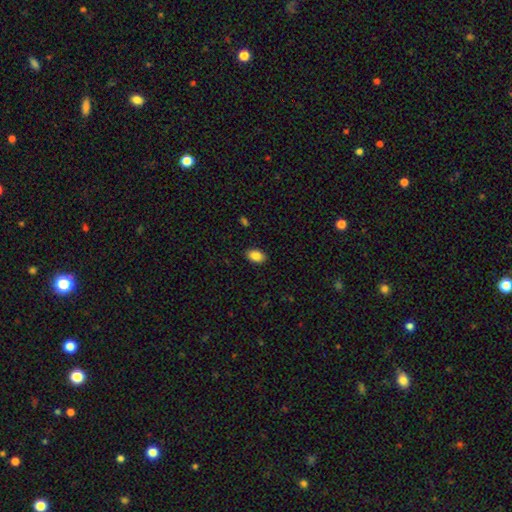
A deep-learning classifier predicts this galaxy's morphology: The model was most divided on "smooth or featured": smooth: 85%, star or artifact: 8%, featured or disk: 7%. More confident: merging — none (89%); how rounded — in between (89%).